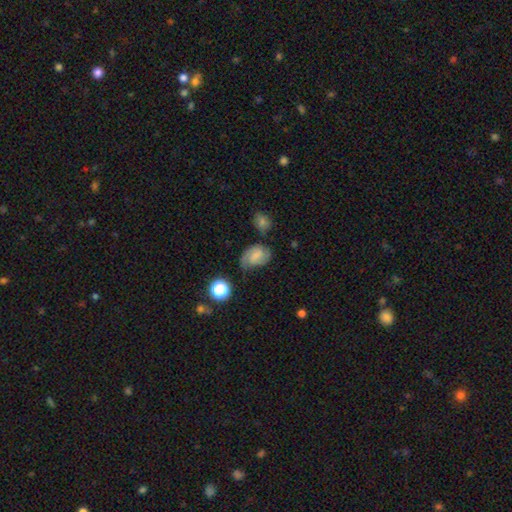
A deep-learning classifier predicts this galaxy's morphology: A featured or disk galaxy (47%). Merging: none (59%).